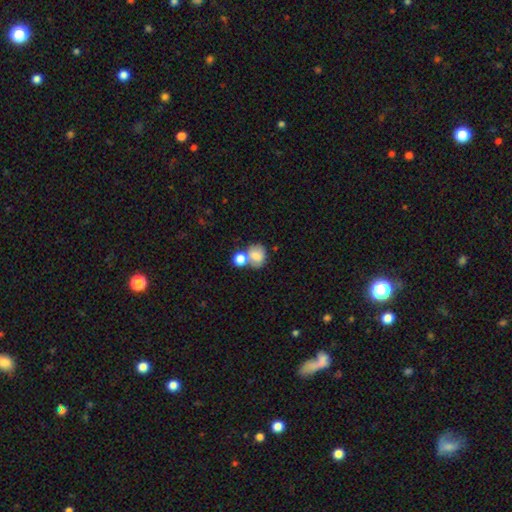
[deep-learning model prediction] smooth 77%, featured or disk 14%, star or artifact 10%. Down the decision tree: how rounded — round (67%); merging — merger (45%).